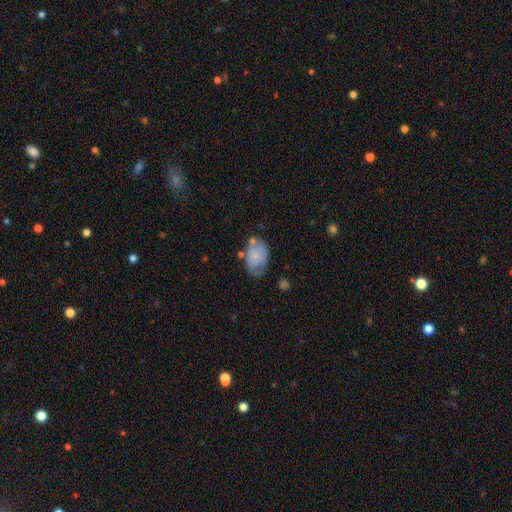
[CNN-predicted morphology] A smooth galaxy with no disk features (72%) that is in between round and cigar-shaped (87%).

Vote fractions:
- Smooth or featured? smooth: 72% / featured or disk: 21% / star or artifact: 7%
- How rounded? in between: 87% / round: 12% / cigar-shaped: 1%
- Merging? none: 47% / minor disturbance: 32% / major disturbance: 12% / merger: 9%